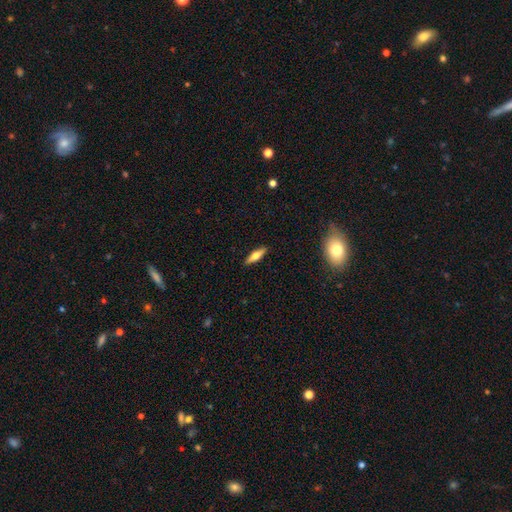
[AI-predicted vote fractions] Overall: smooth (57%; featured or disk 36%). How rounded: cigar-shaped (60%; in between 37%). Merging: none (89%).